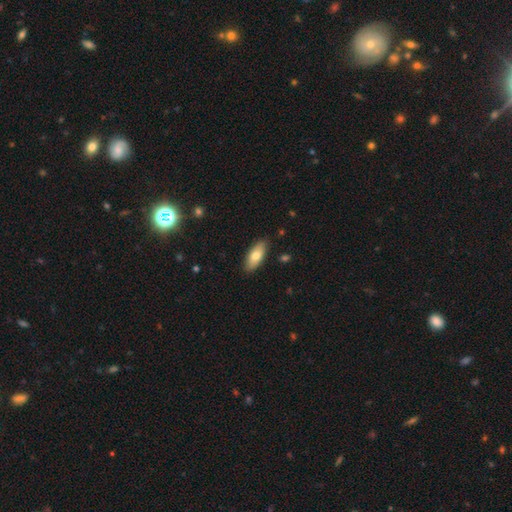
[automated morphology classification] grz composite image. It shows a smooth galaxy with no disk features (76%) that is in between round and cigar-shaped (81%). Merging: none (87%).